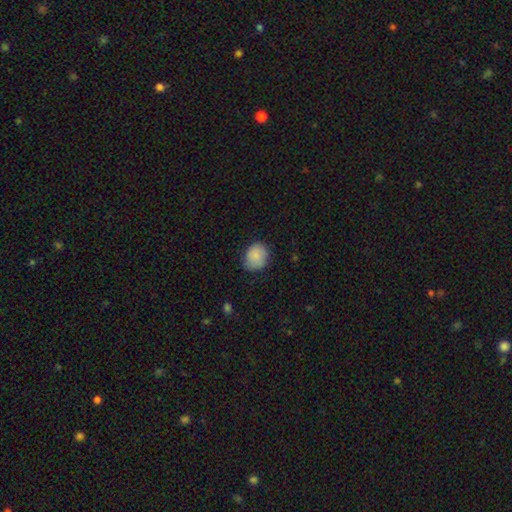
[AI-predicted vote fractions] A smooth galaxy with no disk features (85%) that is round (57%). Merging: none (73%).